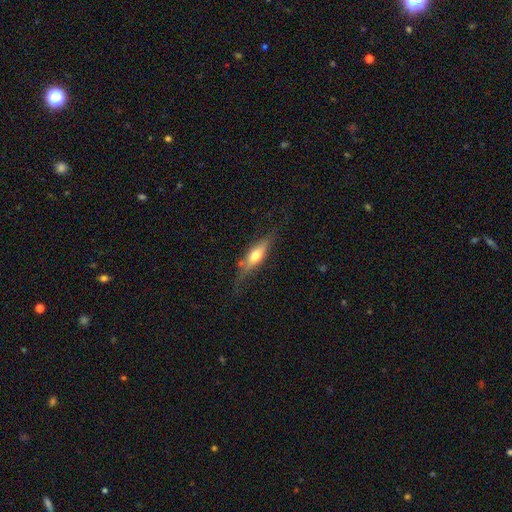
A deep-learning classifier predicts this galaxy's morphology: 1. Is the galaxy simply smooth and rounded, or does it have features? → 53% smooth, 41% featured or disk, 6% star or artifact.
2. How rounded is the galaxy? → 49% in between, 48% cigar-shaped, 3% round.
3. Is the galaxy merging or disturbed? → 64% none, 24% minor disturbance, 9% major disturbance, 3% merger.